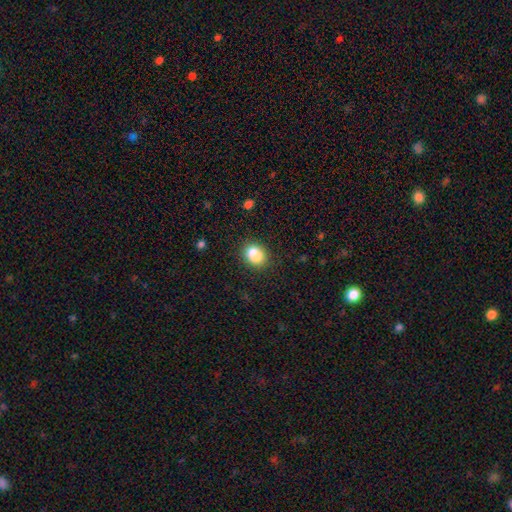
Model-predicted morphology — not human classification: smooth 83%, star or artifact 10%, featured or disk 7%. Down the decision tree: how rounded — in between (53%); merging — none (70%).